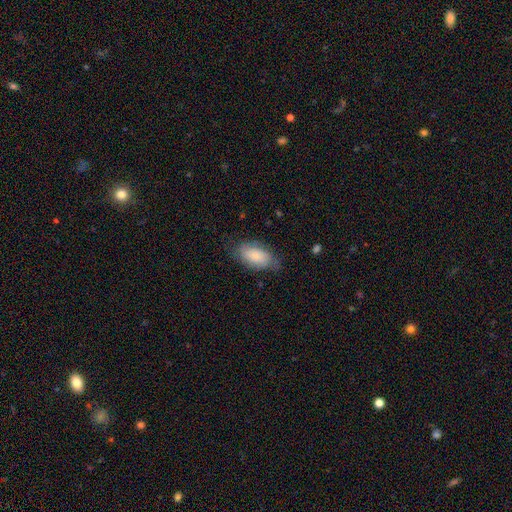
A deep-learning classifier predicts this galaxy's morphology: smooth_or_featured: smooth (p=0.77) [alt: featured or disk p=0.17]
how_rounded: in between (p=0.93) [alt: cigar-shaped p=0.04]
merging: none (p=0.66) [alt: minor disturbance p=0.25]